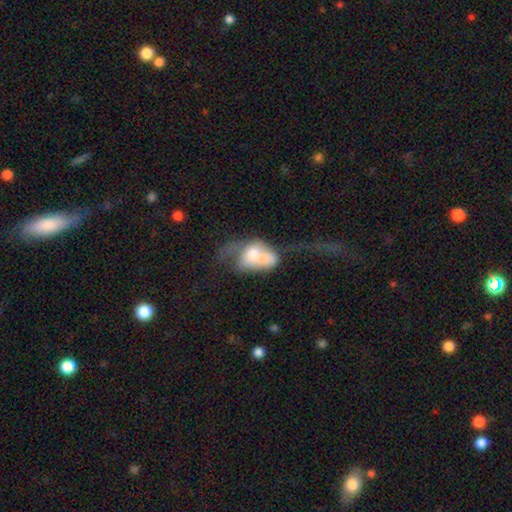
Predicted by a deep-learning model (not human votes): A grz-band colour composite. It shows a smooth galaxy with no disk features (56%) that is in between round and cigar-shaped (83%). Merging: major disturbance (40%).